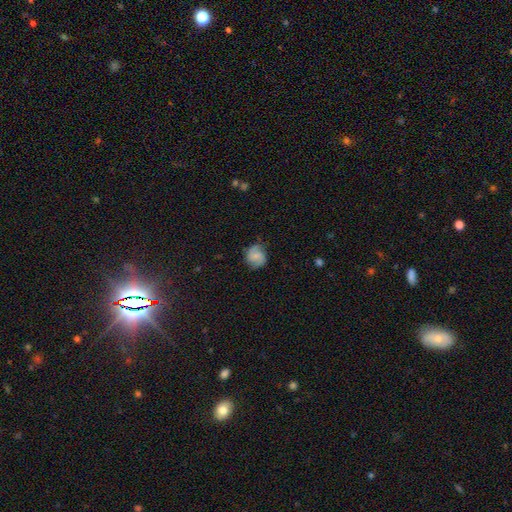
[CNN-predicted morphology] Smooth or featured? Predicted: smooth (p=0.58). How rounded? Predicted: round (p=0.78). Merging? Predicted: none (p=0.71).